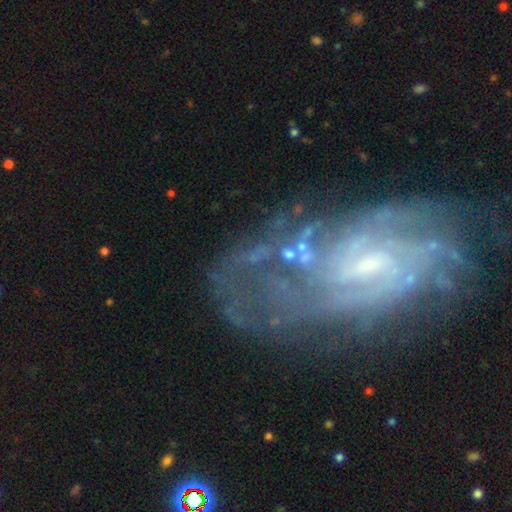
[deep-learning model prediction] The model was most divided on "spiral winding": tight: 52%, medium: 34%, loose: 13%. Remaining: edge-on disk — no (95%); spiral arms — yes (90%); smooth or featured — featured or disk (84%); bulge size — small (59%); merging — none (58%); bar — weak (52%); spiral arm count — can't tell (45%).